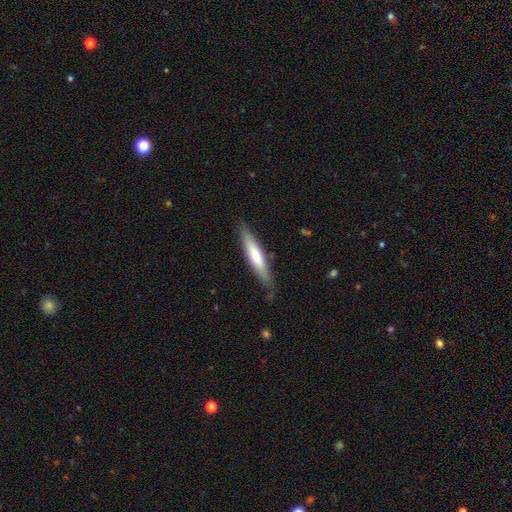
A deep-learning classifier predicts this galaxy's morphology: smooth_or_featured: smooth (p=0.61) [alt: featured or disk p=0.34]
how_rounded: cigar-shaped (p=0.86) [alt: in between p=0.13]
merging: none (p=0.83) [alt: minor disturbance p=0.13]